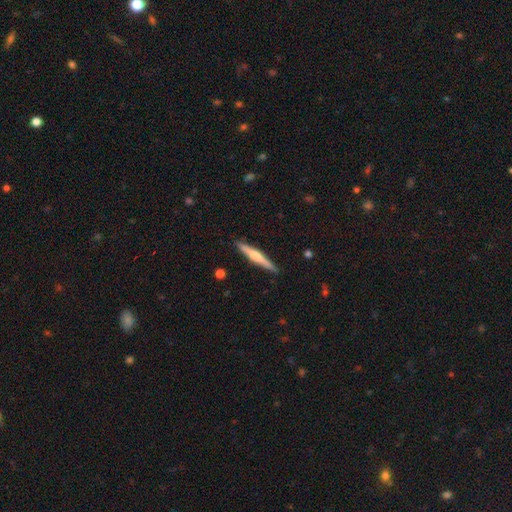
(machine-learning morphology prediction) This appears to be a featured or disk galaxy (52%) viewed edge-on (97%) with a rounded central bulge (66%). Merging: none (90%).